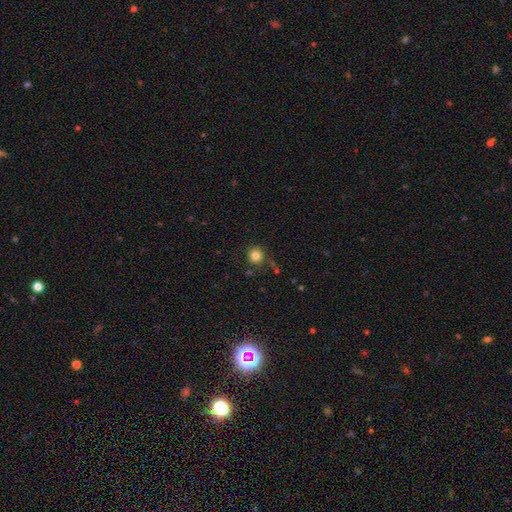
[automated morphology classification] smooth-or-featured: smooth: 83% | star or artifact: 12% | featured or disk: 5%
  how-rounded: round: 93% | in between: 6% | cigar-shaped: 1%
  merging: none: 84% | minor disturbance: 10% | merger: 4% | major disturbance: 3%